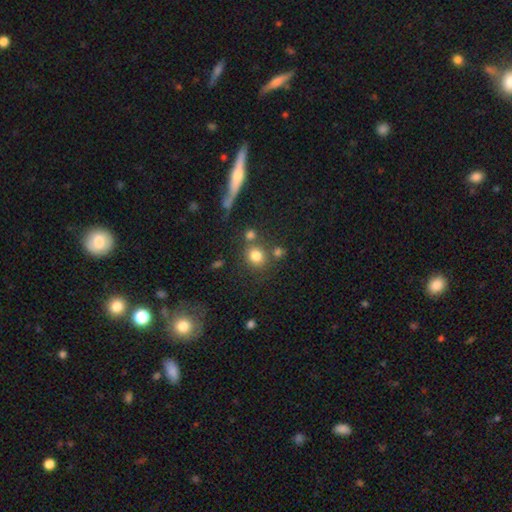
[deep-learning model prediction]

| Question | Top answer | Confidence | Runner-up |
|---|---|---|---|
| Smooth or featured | smooth | 78% | star or artifact (13%) |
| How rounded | round | 84% | in between (14%) |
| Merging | none | 66% | merger (17%) |